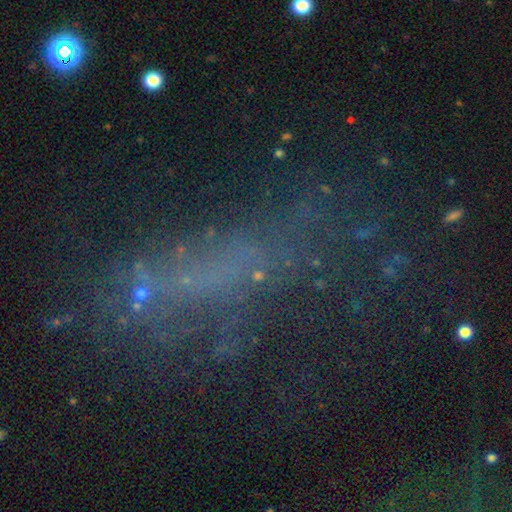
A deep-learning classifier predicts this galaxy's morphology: Overall: star or artifact (37%; smooth 32%).